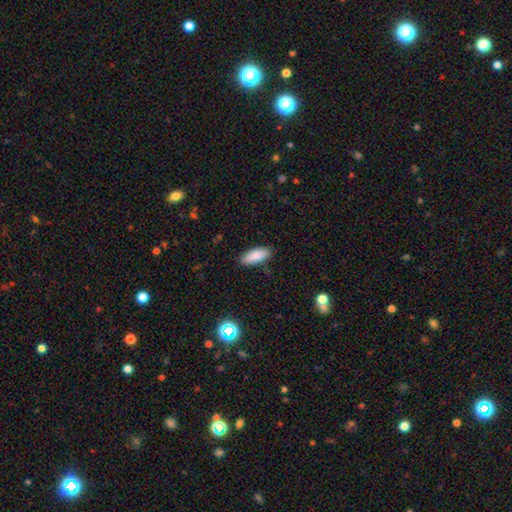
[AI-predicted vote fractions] Q: Smooth or featured?
A: smooth (88%); runner-up: star or artifact (7%)
Q: How rounded?
A: in between (80%); runner-up: cigar-shaped (18%)
Q: Merging?
A: none (84%); runner-up: minor disturbance (12%)